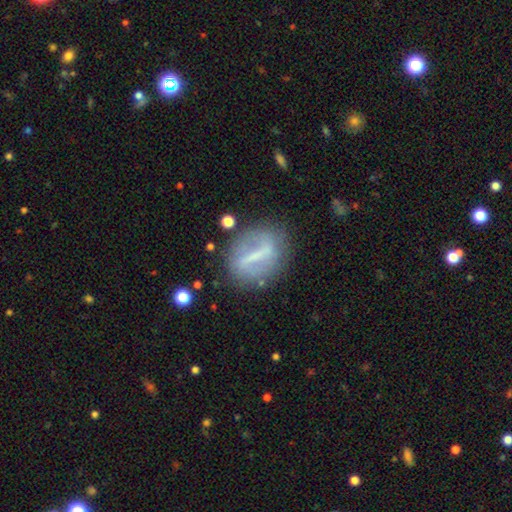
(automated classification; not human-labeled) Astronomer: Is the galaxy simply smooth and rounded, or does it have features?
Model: featured or disk — 66%.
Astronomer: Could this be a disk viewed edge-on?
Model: no — 86%.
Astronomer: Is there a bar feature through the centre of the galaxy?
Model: strong — 75%.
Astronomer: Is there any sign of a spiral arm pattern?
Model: no — 62% (runner-up: yes, 38%).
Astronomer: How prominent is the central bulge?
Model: none — 40%, tied with small at 40%.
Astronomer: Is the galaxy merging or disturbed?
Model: none — 77%.